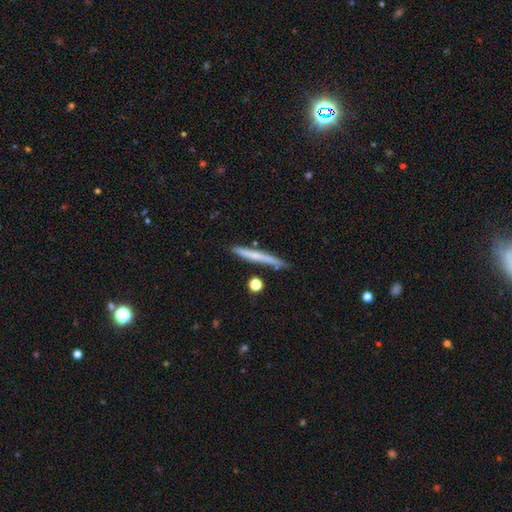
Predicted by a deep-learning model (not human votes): Smooth or featured? Predicted: smooth (p=0.55). How rounded? Predicted: cigar-shaped (p=0.96). Merging? Predicted: none (p=0.83).